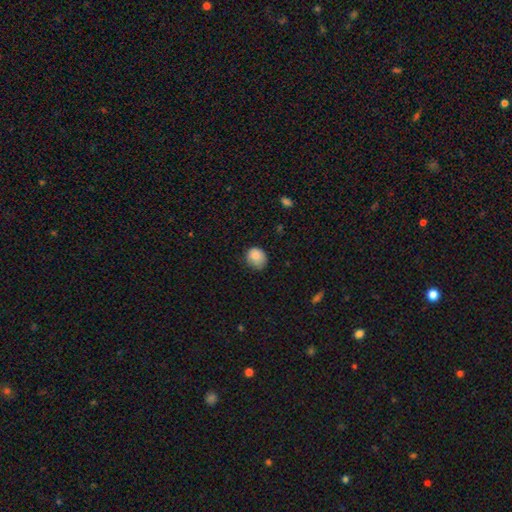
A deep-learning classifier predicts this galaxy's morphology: smooth-or-featured: smooth: 86% | star or artifact: 8% | featured or disk: 5%
  how-rounded: round: 67% | in between: 32% | cigar-shaped: 1%
  merging: none: 64% | minor disturbance: 28% | major disturbance: 6% | merger: 1%